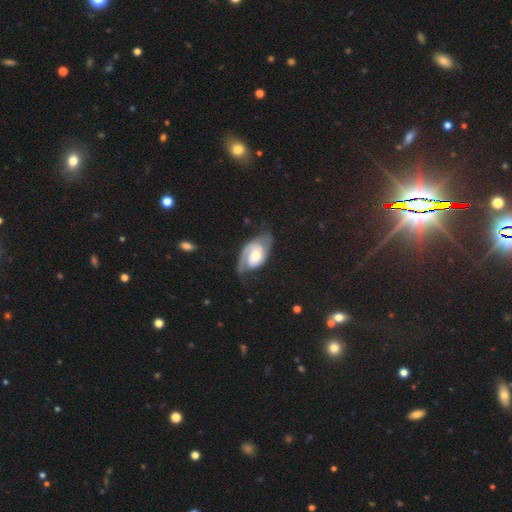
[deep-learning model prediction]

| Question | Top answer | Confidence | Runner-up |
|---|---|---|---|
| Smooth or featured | featured or disk | 82% | smooth (14%) |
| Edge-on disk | no | 96% | yes (4%) |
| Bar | no | 60% | weak (31%) |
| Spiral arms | yes | 94% | no (6%) |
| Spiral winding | tight | 49% | medium (36%) |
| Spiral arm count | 2 | 58% | 1 (28%) |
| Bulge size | moderate | 60% | small (22%) |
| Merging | none | 55% | minor disturbance (25%) |